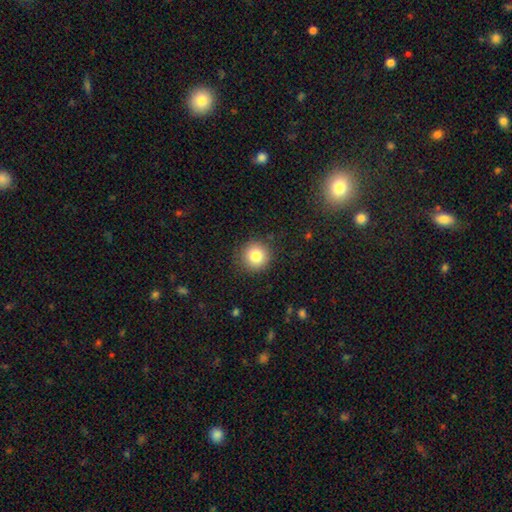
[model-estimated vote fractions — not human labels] This is clearly a smooth galaxy (81%). How rounded: clearly round (94%). Merging: clearly none (88%).